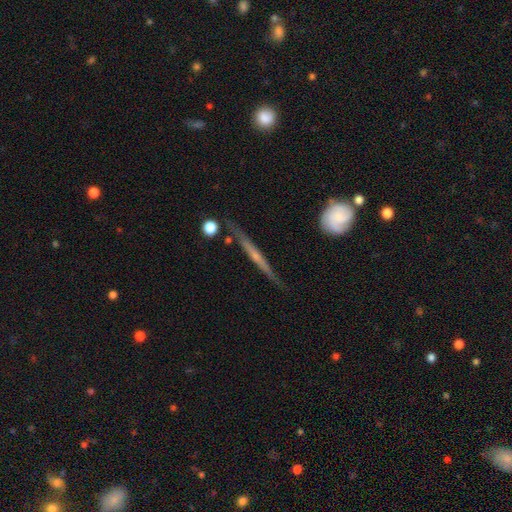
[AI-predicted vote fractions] This appears to be a featured or disk galaxy (72%) viewed edge-on (94%) with no central bulge (47%). Merging: none (77%).